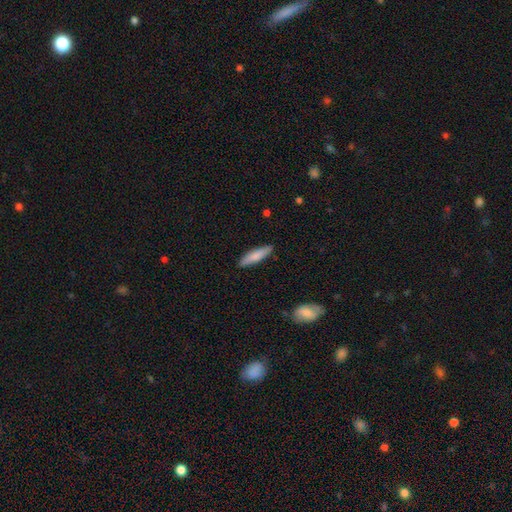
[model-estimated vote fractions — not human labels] Smooth or featured: smooth — 78% (featured or disk — 17%)
How rounded: cigar-shaped — 76% (in between — 23%)
Merging: none — 88% (minor disturbance — 9%)